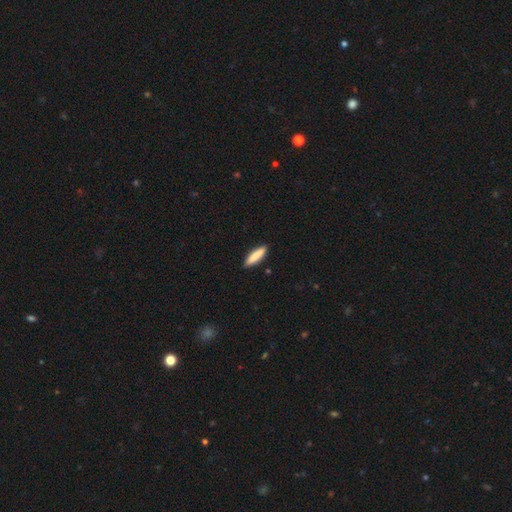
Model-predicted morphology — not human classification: type=smooth (84%); roundness=cigar-shaped (74%); merging=none (89%).